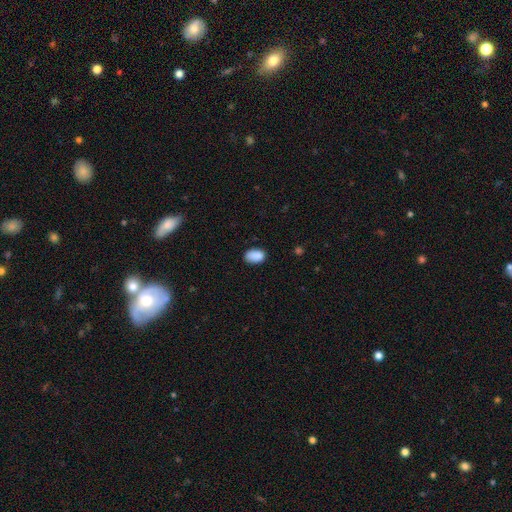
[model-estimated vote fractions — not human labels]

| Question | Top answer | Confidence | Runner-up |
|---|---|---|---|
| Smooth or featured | smooth | 88% | star or artifact (8%) |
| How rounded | in between | 87% | round (12%) |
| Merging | none | 78% | minor disturbance (18%) |